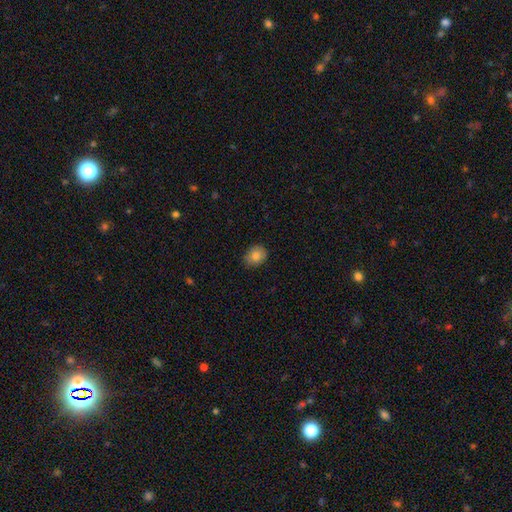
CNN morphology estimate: smooth 82%, star or artifact 9%, featured or disk 8%. Down the decision tree: how rounded — round (58%); merging — none (84%).